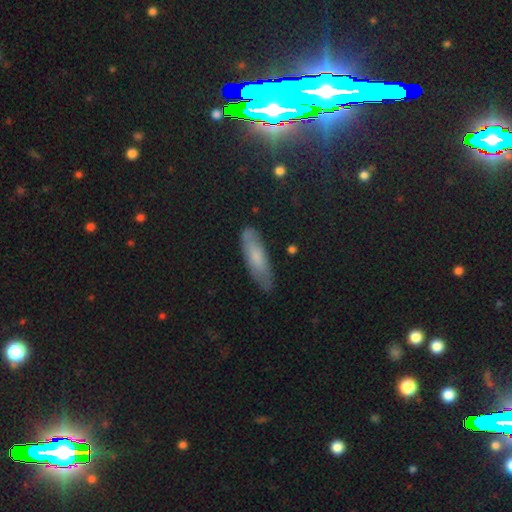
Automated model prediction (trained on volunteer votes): Smooth or featured? smooth (59%)
How rounded? cigar-shaped (53%)
Merging? none (78%)